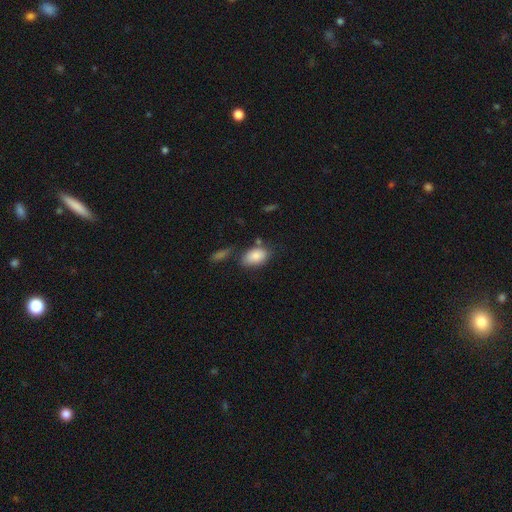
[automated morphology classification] The model was most divided on "merging": none: 65%, minor disturbance: 19%, merger: 10%, major disturbance: 6%. More confident: how rounded — in between (90%); smooth or featured — smooth (86%).